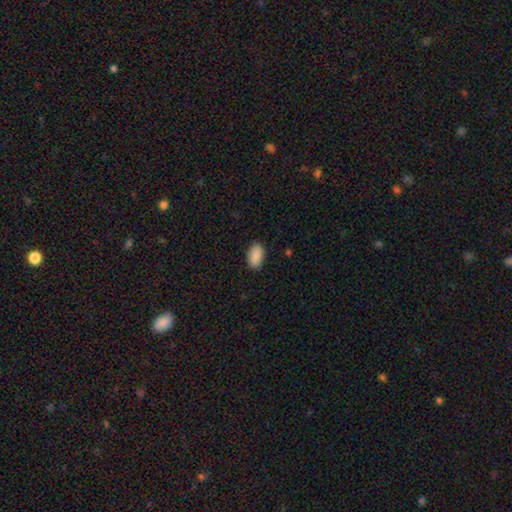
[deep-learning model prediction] A smooth galaxy with no disk features (91%) that is in between round and cigar-shaped (95%).

Vote fractions:
- Smooth or featured? smooth: 91% / star or artifact: 7% / featured or disk: 3%
- How rounded? in between: 95% / round: 3% / cigar-shaped: 2%
- Merging? none: 89% / minor disturbance: 8% / major disturbance: 2% / merger: 1%